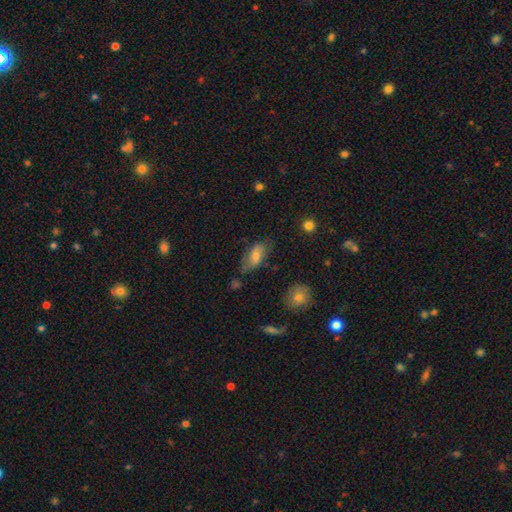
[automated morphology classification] Overall: smooth (71%). How rounded: in between (88%). Merging: none (63%; minor disturbance 26%).